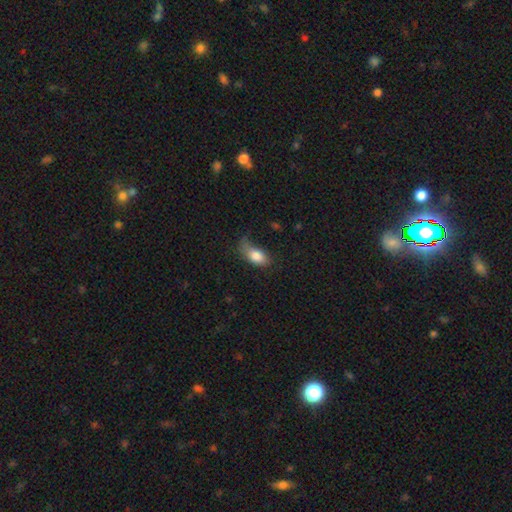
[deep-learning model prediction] Smooth or featured?
  - smooth: 81% *
  - featured or disk: 11%
  - star or artifact: 8%
How rounded?
  - in between: 87% *
  - round: 7%
  - cigar-shaped: 6%
Merging?
  - minor disturbance: 36% *
  - none: 33%
  - major disturbance: 27%
  - merger: 4%